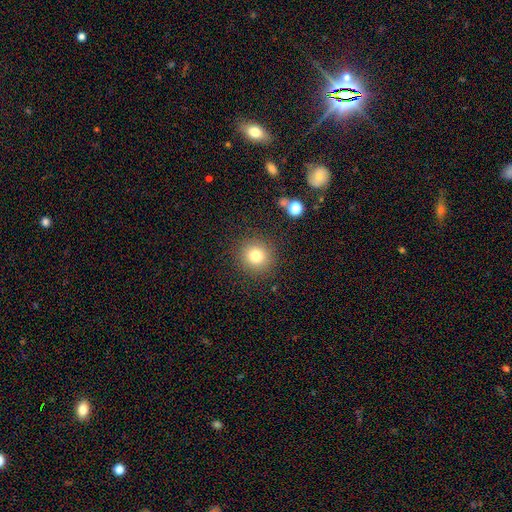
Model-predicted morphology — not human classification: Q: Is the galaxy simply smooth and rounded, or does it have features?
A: smooth — 78%.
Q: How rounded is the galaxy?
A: round — 92%.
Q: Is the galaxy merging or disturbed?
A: none — 88%.